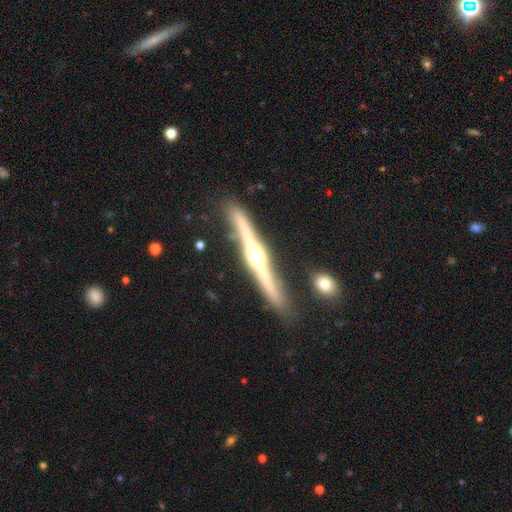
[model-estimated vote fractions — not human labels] A featured or disk galaxy (84%) viewed edge-on (98%) with a rounded central bulge (88%).

Vote fractions:
- Smooth or featured? featured or disk: 84% / smooth: 11% / star or artifact: 5%
- Edge-on disk? yes: 98% / no: 2%
- Edge-on bulge? rounded: 88% / boxy: 8% / none: 4%
- Merging? none: 83% / minor disturbance: 11% / merger: 3% / major disturbance: 2%